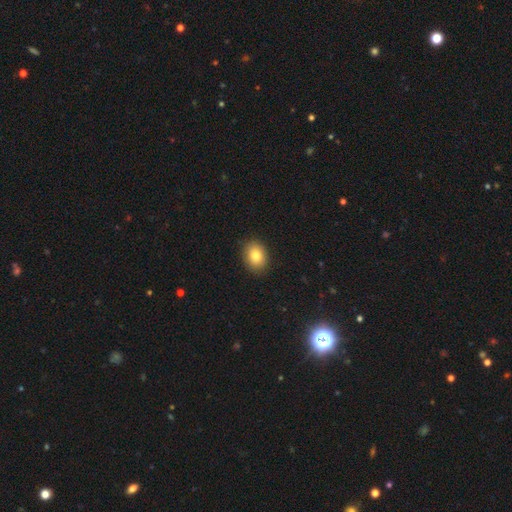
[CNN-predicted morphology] type=smooth (82%); roundness=in between (60%); merging=none (89%).